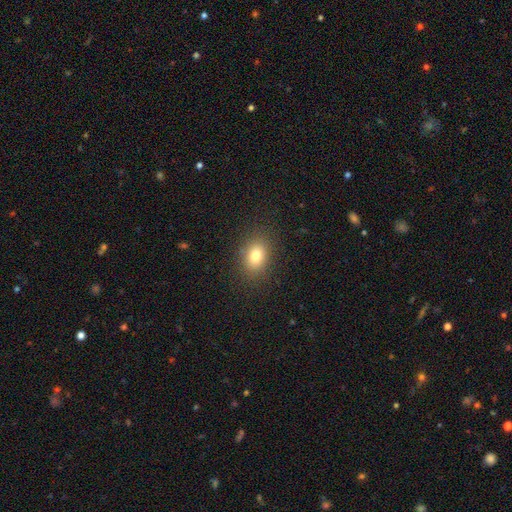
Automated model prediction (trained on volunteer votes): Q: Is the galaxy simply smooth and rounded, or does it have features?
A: smooth — 79%.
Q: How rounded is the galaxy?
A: in between — 68%.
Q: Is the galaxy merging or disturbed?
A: none — 86%.